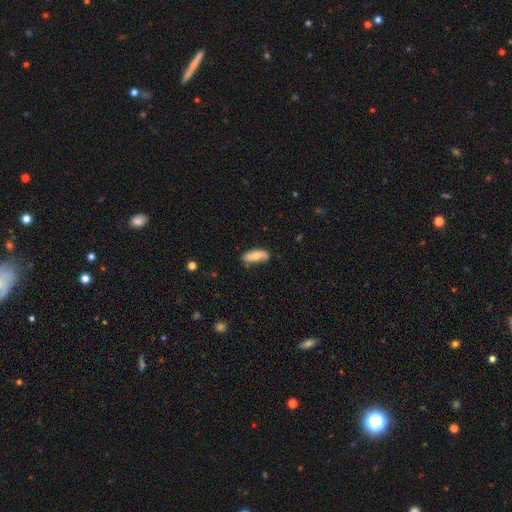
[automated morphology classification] type=smooth (64%); roundness=in between (74%); merging=none (66%).